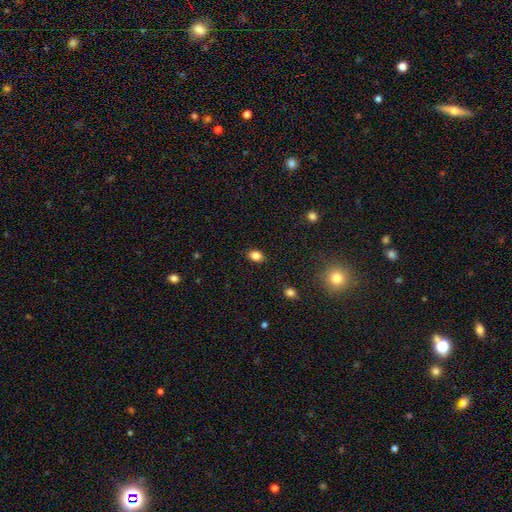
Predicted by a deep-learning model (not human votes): A smooth galaxy with no disk features (84%) that is in between round and cigar-shaped (72%). Merging: none (87%).